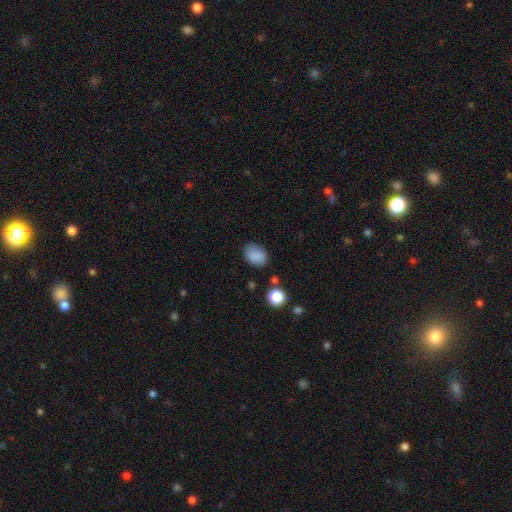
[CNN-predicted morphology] Smooth or featured?
  - smooth: 85% *
  - star or artifact: 10%
  - featured or disk: 6%
How rounded?
  - in between: 76% *
  - round: 22%
  - cigar-shaped: 1%
Merging?
  - none: 73% *
  - minor disturbance: 19%
  - major disturbance: 5%
  - merger: 3%